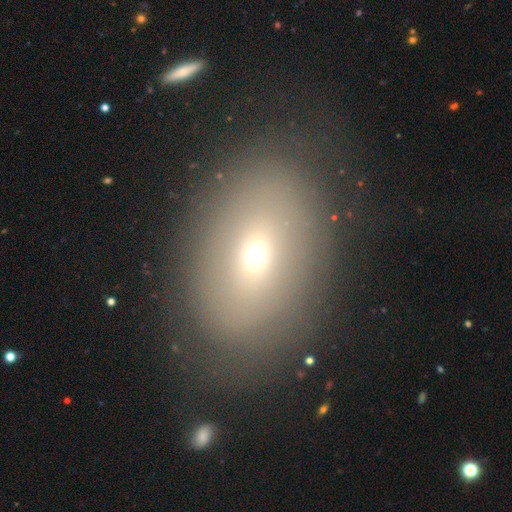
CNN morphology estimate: Overall: smooth (59%; featured or disk 25%). How rounded: in between (74%). Merging: none (76%).